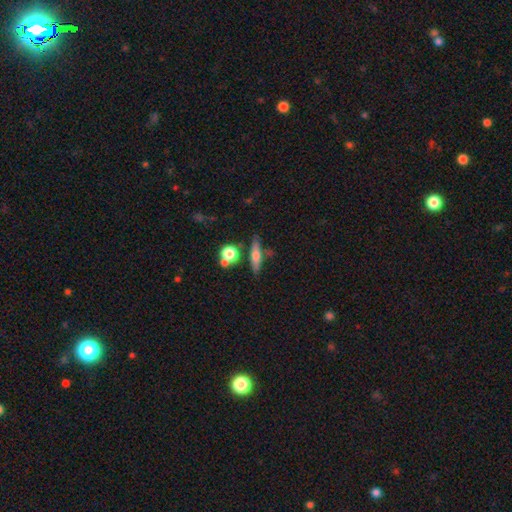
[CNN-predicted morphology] Overall: smooth (49%; featured or disk 41%). Merging: none (73%).